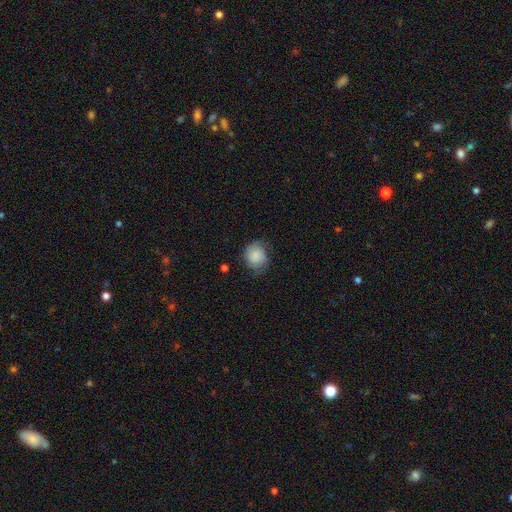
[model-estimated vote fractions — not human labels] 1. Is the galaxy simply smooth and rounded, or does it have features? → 81% smooth, 11% featured or disk, 8% star or artifact.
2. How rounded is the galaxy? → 72% round, 27% in between, 1% cigar-shaped.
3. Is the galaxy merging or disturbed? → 62% none, 28% minor disturbance, 9% major disturbance, 1% merger.